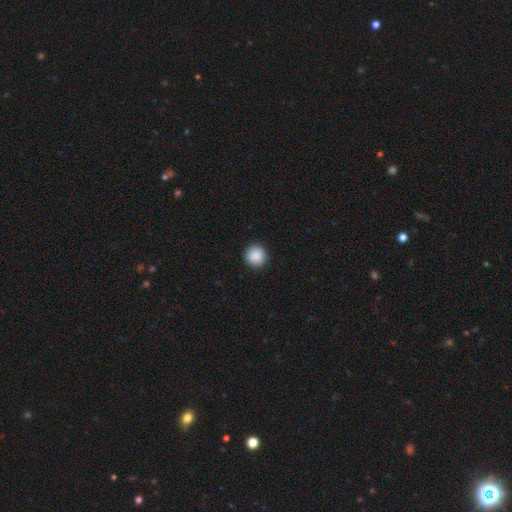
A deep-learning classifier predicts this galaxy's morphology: The model was most divided on "smooth or featured": smooth: 89%, star or artifact: 8%, featured or disk: 3%. More confident: how rounded — round (91%); merging — none (89%).